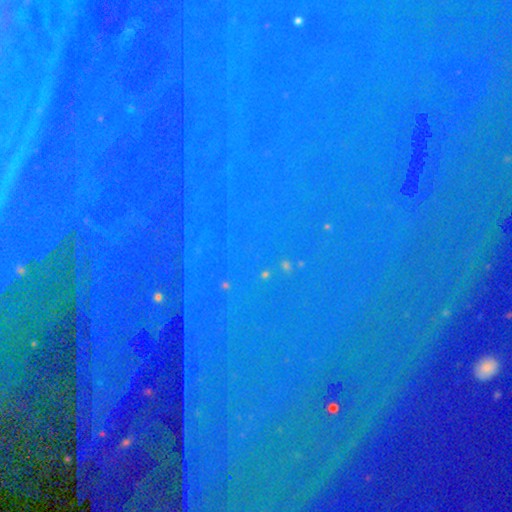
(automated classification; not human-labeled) Overall: star or artifact (89%).